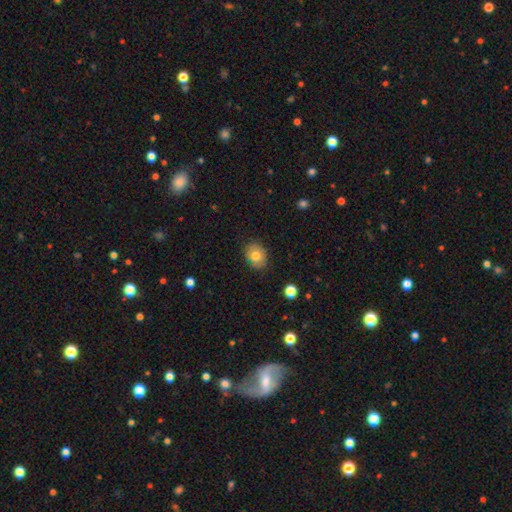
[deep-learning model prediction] Q: Smooth or featured?
A: smooth (78%); runner-up: featured or disk (13%)
Q: How rounded?
A: in between (62%); runner-up: round (37%)
Q: Merging?
A: none (86%); runner-up: minor disturbance (10%)